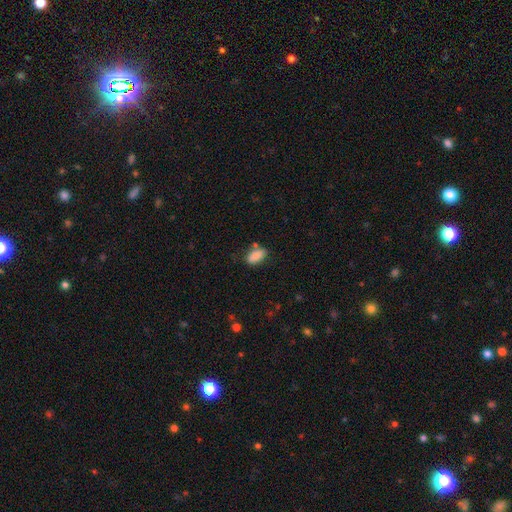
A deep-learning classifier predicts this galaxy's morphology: smooth_or_featured: smooth (p=0.85) [alt: star or artifact p=0.08]
how_rounded: in between (p=0.91) [alt: cigar-shaped p=0.06]
merging: none (p=0.68) [alt: minor disturbance p=0.19]